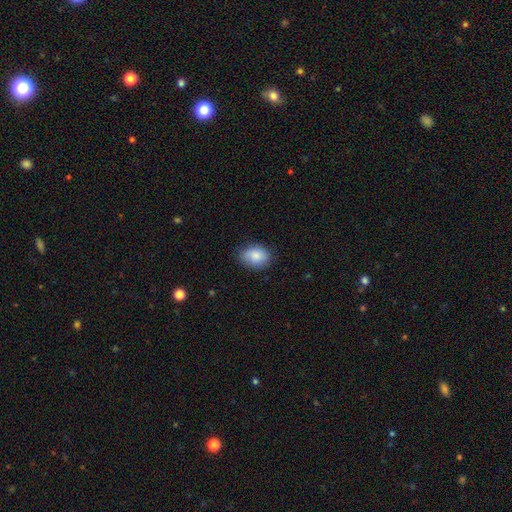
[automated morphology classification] This appears to be a smooth galaxy with no disk features (85%) that is in between round and cigar-shaped (77%). Merging: none (78%).